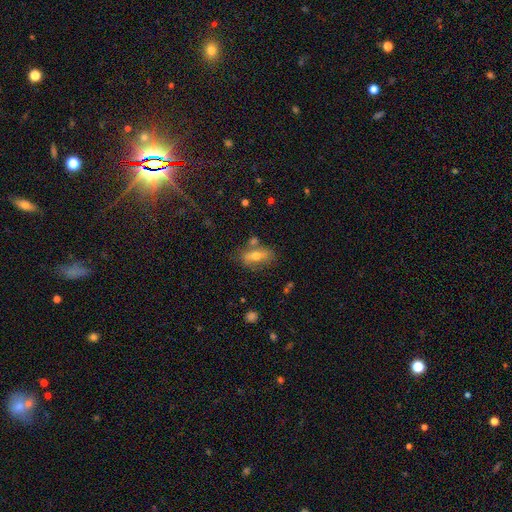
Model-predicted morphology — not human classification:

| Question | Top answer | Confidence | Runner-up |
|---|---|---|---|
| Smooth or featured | smooth | 58% | featured or disk (32%) |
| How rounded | in between | 73% | cigar-shaped (21%) |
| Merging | none | 68% | minor disturbance (16%) |